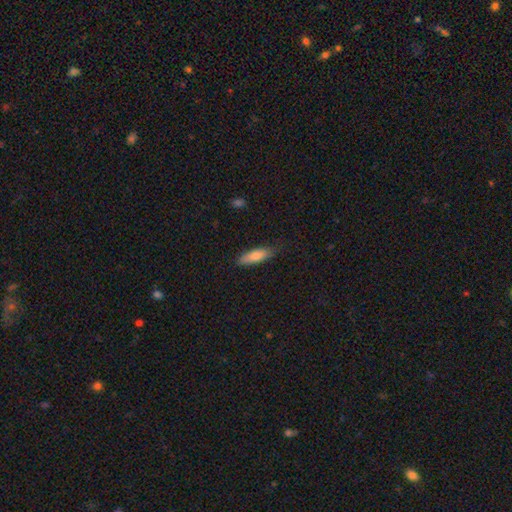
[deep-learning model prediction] smooth_or_featured: smooth (p=0.77) [alt: featured or disk p=0.16]
how_rounded: in between (p=0.53) [alt: cigar-shaped p=0.45]
merging: none (p=0.80) [alt: minor disturbance p=0.16]